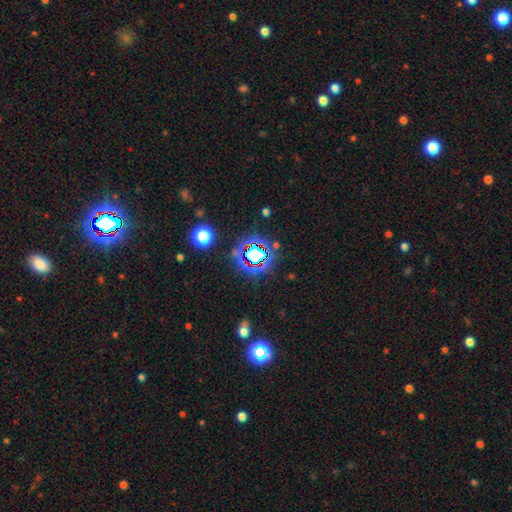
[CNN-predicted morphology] The model was most divided on "smooth or featured": star or artifact: 67%, smooth: 22%, featured or disk: 11%.